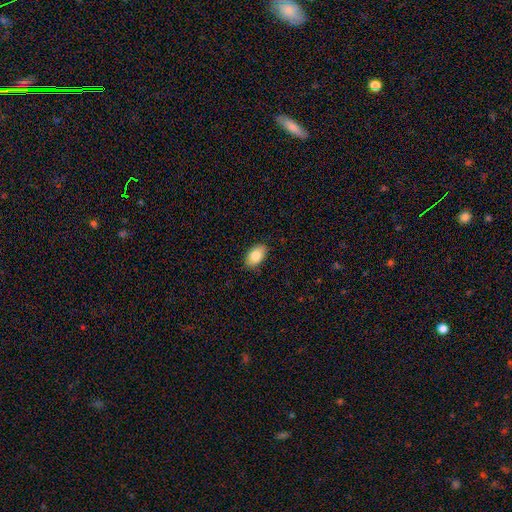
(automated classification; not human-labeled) smooth_or_featured: smooth (p=0.83) [alt: featured or disk p=0.11]
how_rounded: in between (p=0.92) [alt: round p=0.06]
merging: none (p=0.88) [alt: minor disturbance p=0.09]